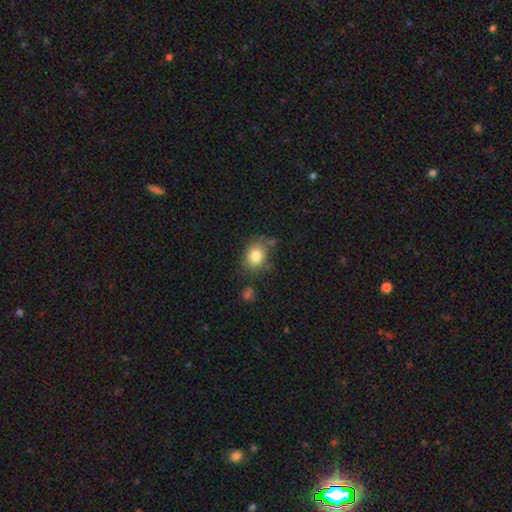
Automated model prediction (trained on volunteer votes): Q: Smooth or featured?
A: smooth (81%); runner-up: star or artifact (10%)
Q: How rounded?
A: round (54%); runner-up: in between (45%)
Q: Merging?
A: none (71%); runner-up: minor disturbance (18%)